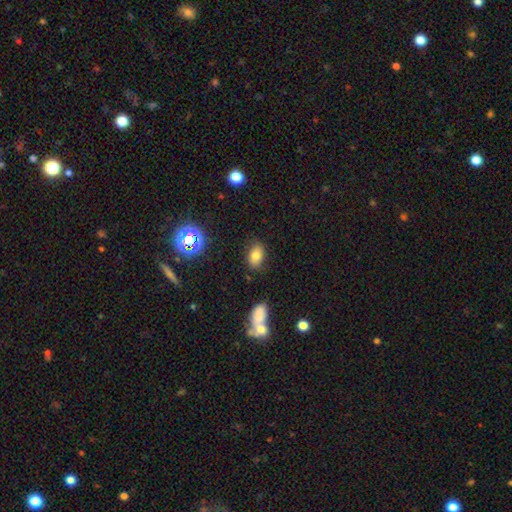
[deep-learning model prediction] A smooth galaxy with no disk features (76%) that is in between round and cigar-shaped (84%). Merging: none (82%).